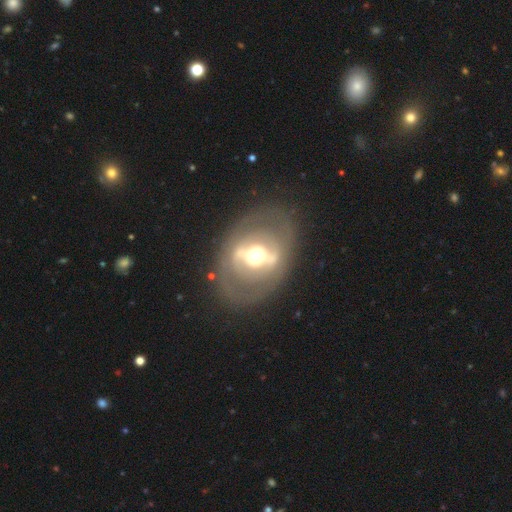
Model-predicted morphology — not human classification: This is likely a featured or disk galaxy (73%). It is clearly not viewed edge-on (90%). Bar: likely strong (60%). Spiral arm pattern: likely no (71%). Central bulge: possibly moderate (59%). Merging: likely none (76%).